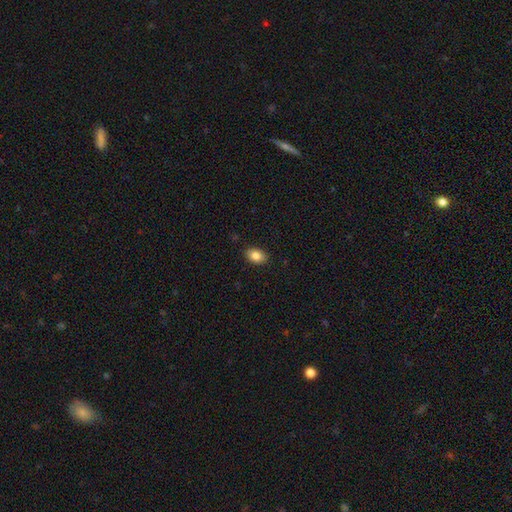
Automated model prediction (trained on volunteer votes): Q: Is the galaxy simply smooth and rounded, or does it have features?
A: smooth — 84%.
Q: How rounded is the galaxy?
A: in between — 84%.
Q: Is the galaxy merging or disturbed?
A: none — 88%.